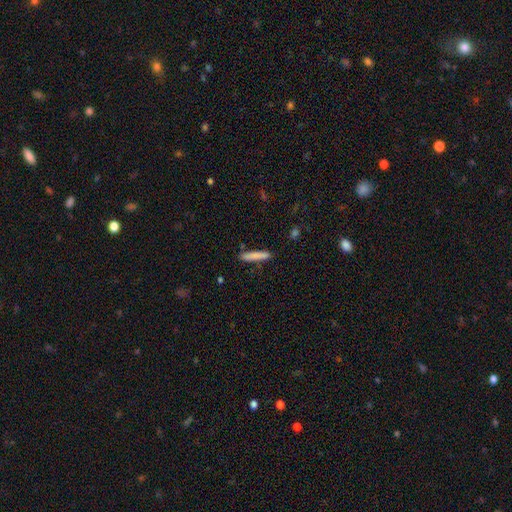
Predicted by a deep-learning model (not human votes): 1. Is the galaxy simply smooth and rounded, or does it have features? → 83% smooth, 11% featured or disk, 6% star or artifact.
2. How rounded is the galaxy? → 92% cigar-shaped, 7% in between, 1% round.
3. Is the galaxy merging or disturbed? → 86% none, 10% minor disturbance, 2% merger, 2% major disturbance.